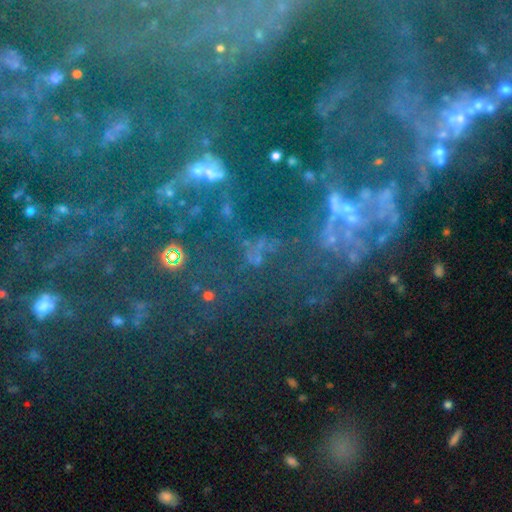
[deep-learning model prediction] This appears to be a star or artifact, not a galaxy (48%).